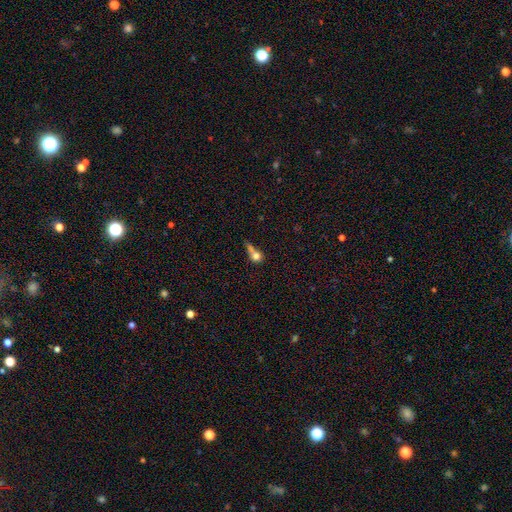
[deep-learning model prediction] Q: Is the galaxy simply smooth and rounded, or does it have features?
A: smooth — 71%.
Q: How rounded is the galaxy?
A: round — 72%.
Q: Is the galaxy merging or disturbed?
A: merger — 48%.